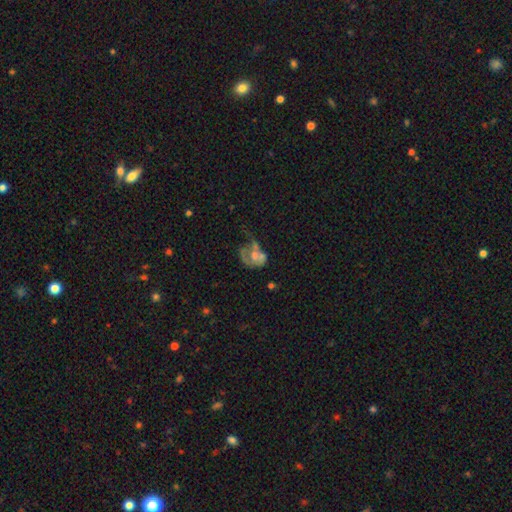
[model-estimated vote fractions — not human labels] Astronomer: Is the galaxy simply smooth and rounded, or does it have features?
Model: featured or disk — 53% (runner-up: smooth, 38%).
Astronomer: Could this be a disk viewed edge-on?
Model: no — 97%.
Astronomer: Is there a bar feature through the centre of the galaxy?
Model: no — 81%.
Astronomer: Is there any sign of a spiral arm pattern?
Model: no — 61% (runner-up: yes, 39%).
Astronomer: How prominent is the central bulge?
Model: moderate — 50%.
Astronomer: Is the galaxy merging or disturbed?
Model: major disturbance — 36% (runner-up: merger, 28%).